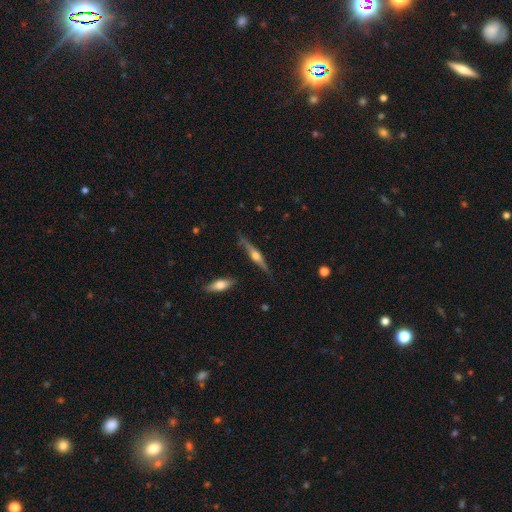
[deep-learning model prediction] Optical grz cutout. It shows a featured or disk galaxy (74%) viewed edge-on (97%) with a rounded central bulge (94%). Merging: none (81%).